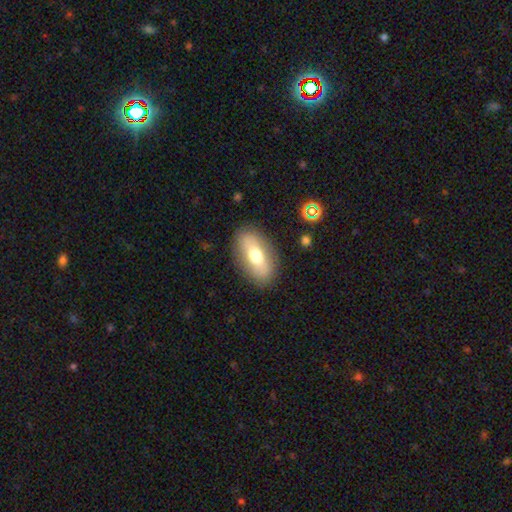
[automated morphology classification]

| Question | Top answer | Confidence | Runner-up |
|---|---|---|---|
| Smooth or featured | smooth | 63% | featured or disk (30%) |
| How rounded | in between | 88% | cigar-shaped (7%) |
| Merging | none | 84% | minor disturbance (11%) |